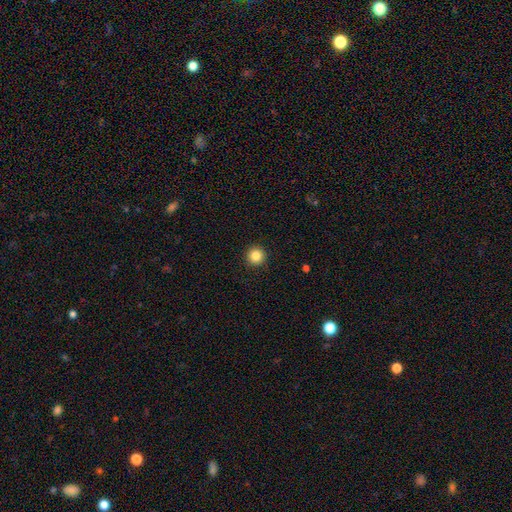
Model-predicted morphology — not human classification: Smooth or featured? Predicted: smooth (p=0.85). How rounded? Predicted: round (p=0.96). Merging? Predicted: none (p=0.93).